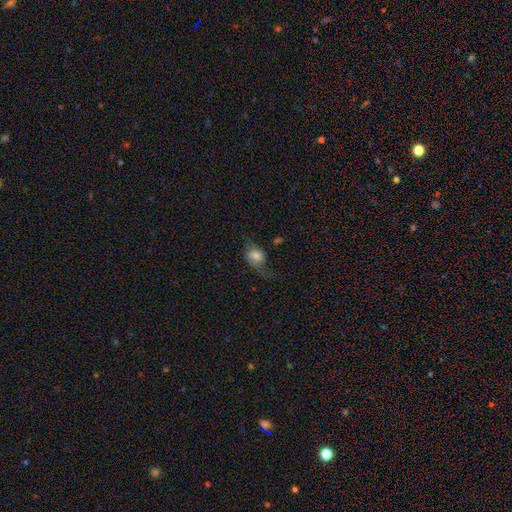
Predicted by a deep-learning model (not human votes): Overall: smooth (54%; featured or disk 35%). How rounded: in between (61%; round 36%). Merging: none (45%; minor disturbance 26%).